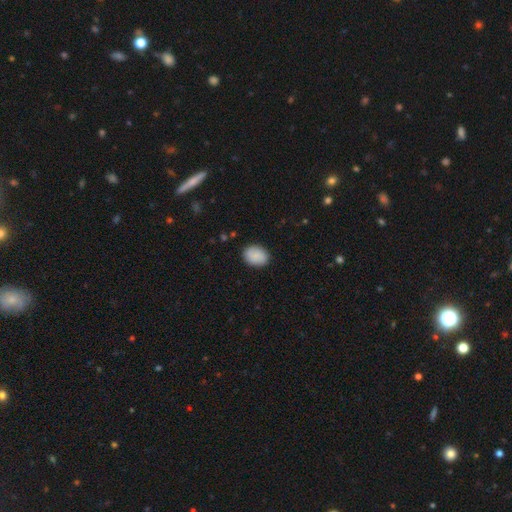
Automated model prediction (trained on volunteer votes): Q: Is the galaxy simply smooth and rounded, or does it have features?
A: smooth — 89%.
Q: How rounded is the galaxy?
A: in between — 71%.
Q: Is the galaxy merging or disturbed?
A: none — 88%.